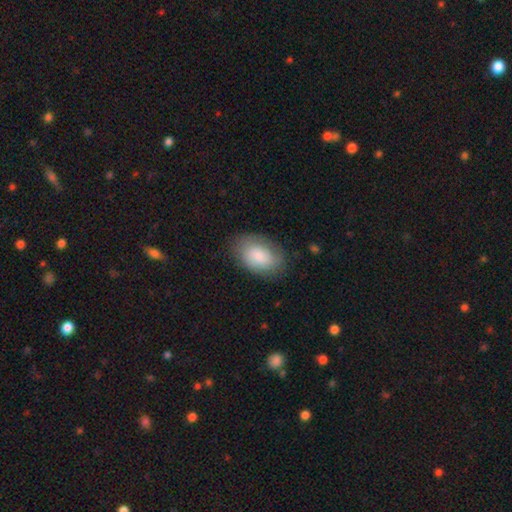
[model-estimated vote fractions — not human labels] smooth 82%, featured or disk 12%, star or artifact 6%. Down the decision tree: how rounded — in between (89%); merging — none (79%).